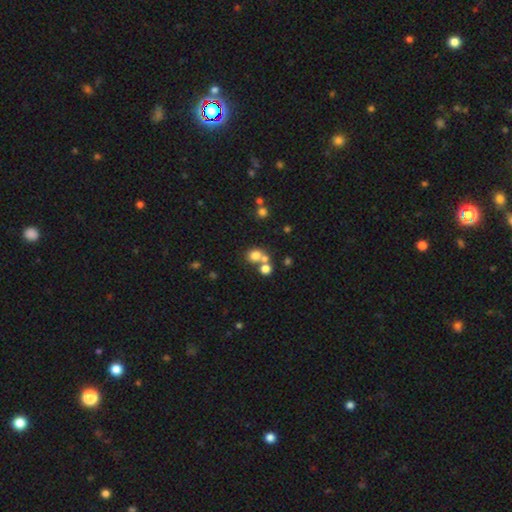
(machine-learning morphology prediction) smooth_or_featured: smooth (p=0.72) [alt: star or artifact p=0.16]
how_rounded: round (p=0.76) [alt: in between p=0.23]
merging: none (p=0.48) [alt: merger p=0.39]